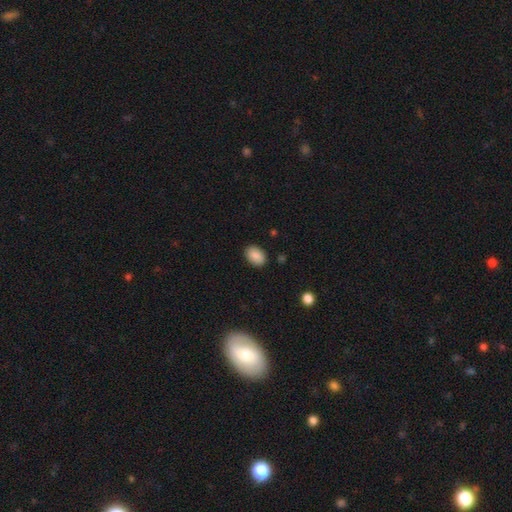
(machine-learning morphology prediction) A smooth galaxy with no disk features (88%) that is in between round and cigar-shaped (83%).

Vote fractions:
- Smooth or featured? smooth: 88% / star or artifact: 8% / featured or disk: 5%
- How rounded? in between: 83% / round: 16% / cigar-shaped: 1%
- Merging? none: 88% / minor disturbance: 9% / major disturbance: 2% / merger: 1%